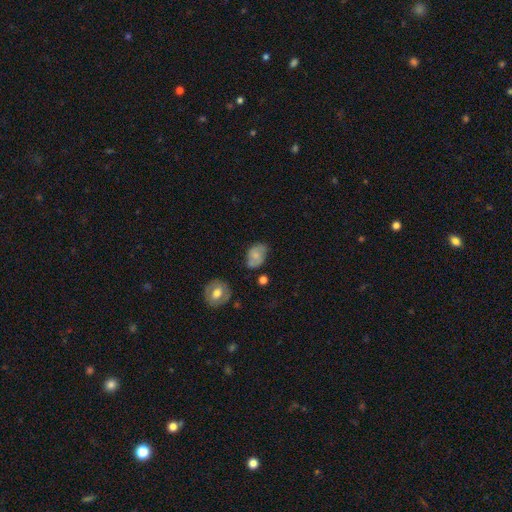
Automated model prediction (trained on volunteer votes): Smooth or featured?
  - smooth: 62% *
  - featured or disk: 29%
  - star or artifact: 9%
How rounded?
  - in between: 74% *
  - round: 24%
  - cigar-shaped: 1%
Merging?
  - none: 56% *
  - minor disturbance: 30%
  - major disturbance: 8%
  - merger: 6%